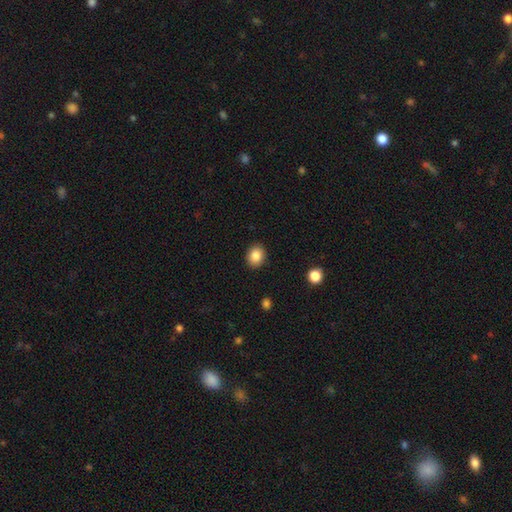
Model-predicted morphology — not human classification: A smooth galaxy with no disk features (86%) that is round (58%). Merging: none (90%).